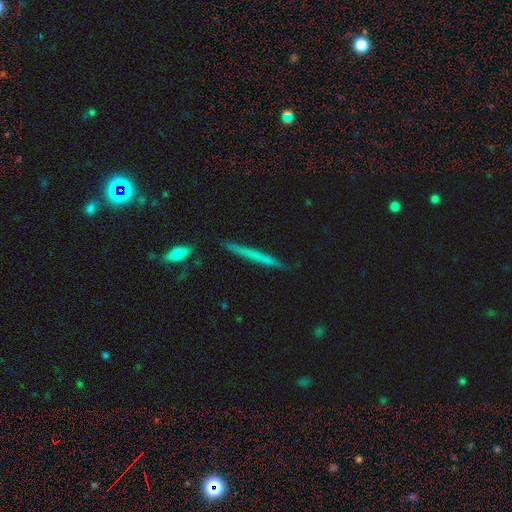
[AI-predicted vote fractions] smooth 53%, featured or disk 41%, star or artifact 7%. Down the decision tree: how rounded — cigar-shaped (96%); merging — none (87%).